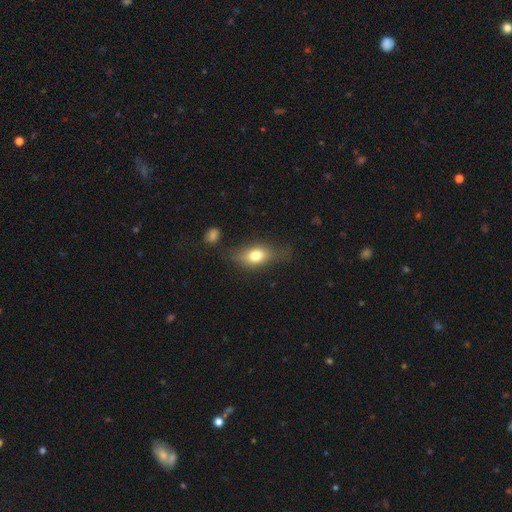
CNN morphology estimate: smooth_or_featured: smooth (p=0.71) [alt: featured or disk p=0.20]
how_rounded: in between (p=0.75) [alt: round p=0.16]
merging: none (p=0.62) [alt: minor disturbance p=0.24]